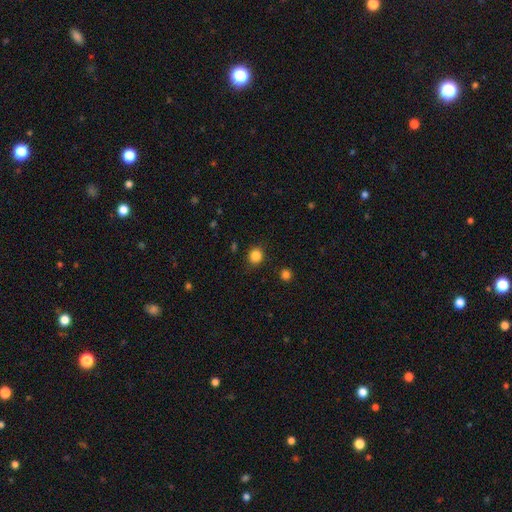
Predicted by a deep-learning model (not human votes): smooth-or-featured: smooth: 85% | star or artifact: 11% | featured or disk: 4%
  how-rounded: round: 85% | in between: 14% | cigar-shaped: 1%
  merging: none: 88% | minor disturbance: 8% | major disturbance: 2% | merger: 1%